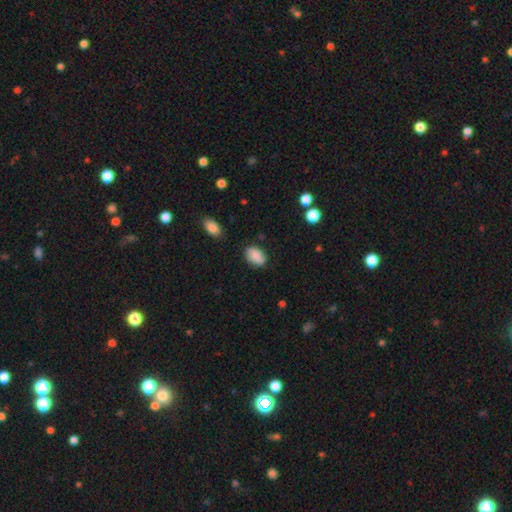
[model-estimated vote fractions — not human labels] smooth 79%, featured or disk 13%, star or artifact 8%. Down the decision tree: how rounded — in between (86%); merging — none (78%).